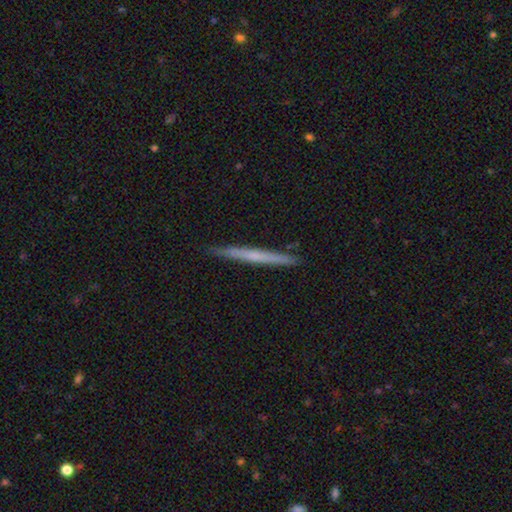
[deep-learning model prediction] smooth_or_featured: smooth (p=0.48) [alt: featured or disk p=0.47]
merging: none (p=0.91) [alt: minor disturbance p=0.06]